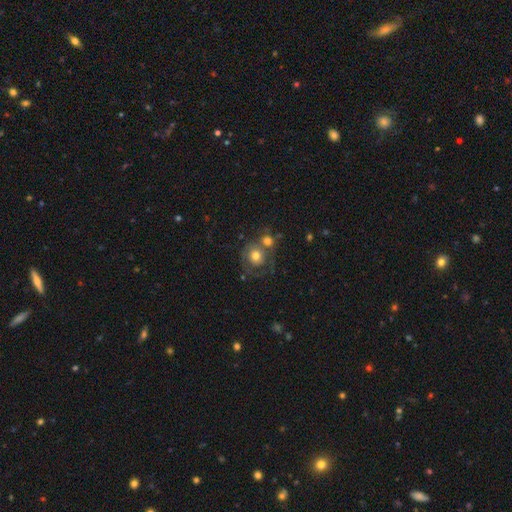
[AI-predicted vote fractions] smooth 51%, featured or disk 40%, star or artifact 9%. Down the decision tree: how rounded — round (84%); merging — none (39%).